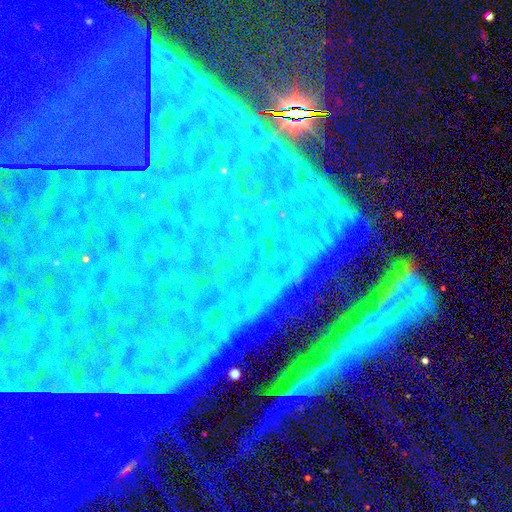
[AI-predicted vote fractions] Smooth or featured: star or artifact — 85% (featured or disk — 8%)